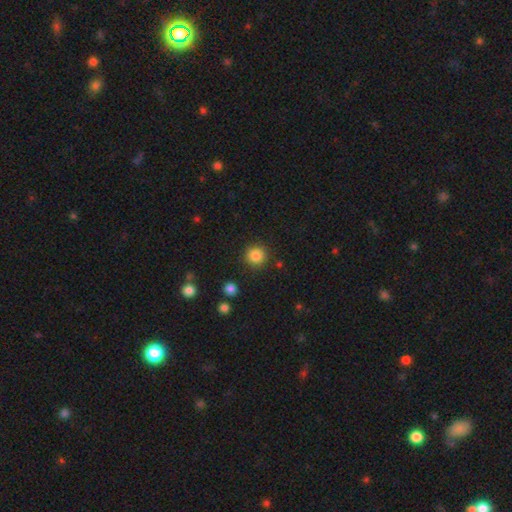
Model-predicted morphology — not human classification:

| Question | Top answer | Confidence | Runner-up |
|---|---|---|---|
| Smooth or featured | smooth | 85% | star or artifact (11%) |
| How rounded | round | 93% | in between (6%) |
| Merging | none | 89% | minor disturbance (7%) |